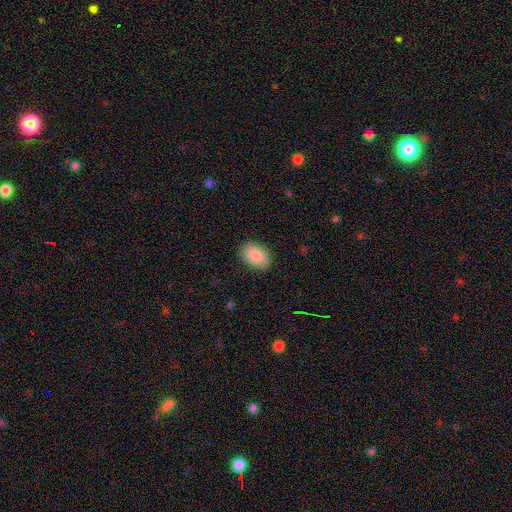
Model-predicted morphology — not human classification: Smooth or featured? smooth (88%)
How rounded? in between (86%)
Merging? none (86%)